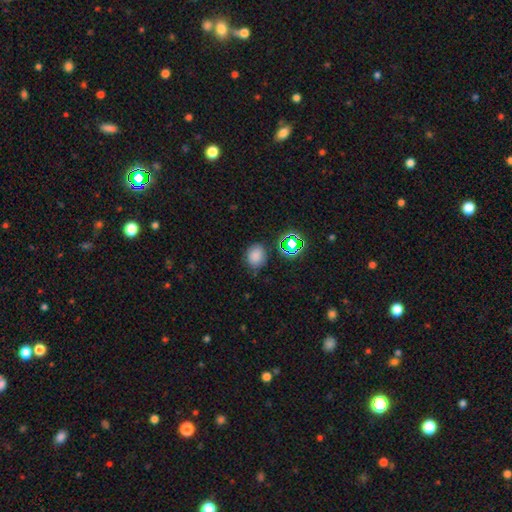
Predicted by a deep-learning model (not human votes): smooth-or-featured: smooth: 76% | star or artifact: 18% | featured or disk: 6%
  how-rounded: round: 56% | in between: 43% | cigar-shaped: 1%
  merging: none: 78% | minor disturbance: 15% | major disturbance: 4% | merger: 3%